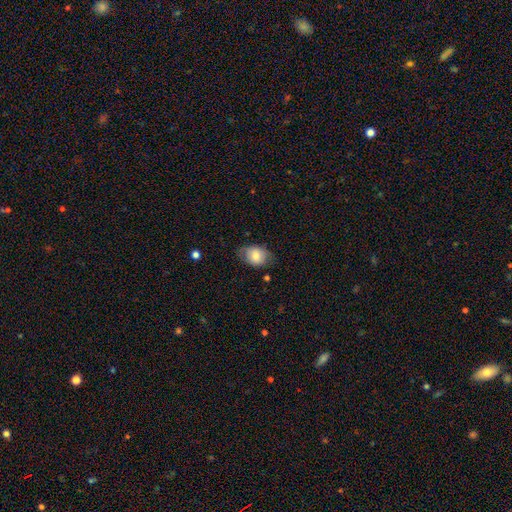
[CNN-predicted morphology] smooth 75%, featured or disk 17%, star or artifact 8%. Down the decision tree: how rounded — in between (71%); merging — none (69%).